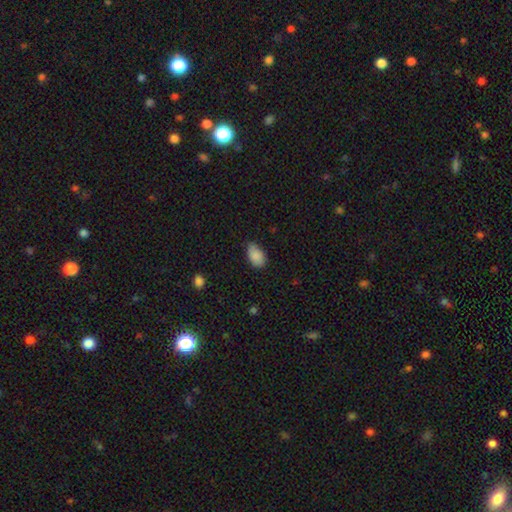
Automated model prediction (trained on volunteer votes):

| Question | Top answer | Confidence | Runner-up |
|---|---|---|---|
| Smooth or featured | smooth | 86% | star or artifact (7%) |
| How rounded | in between | 91% | round (8%) |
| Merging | none | 67% | minor disturbance (28%) |